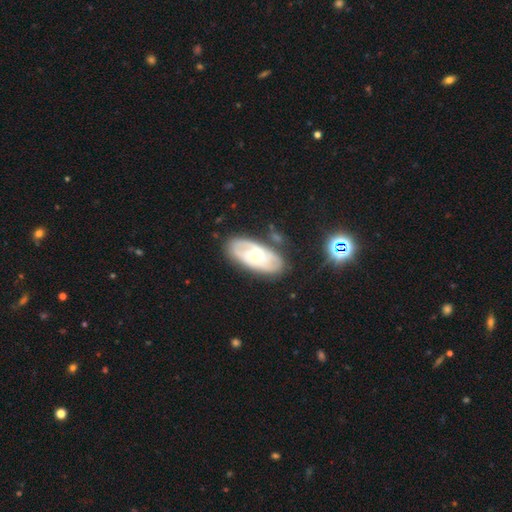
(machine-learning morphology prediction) Overall: featured or disk (68%). Edge-on disk: no (91%). Bar: no (64%; weak 29%). Spiral arms: yes (79%). Bulge size: moderate (58%; small 35%). Merging: none (73%).